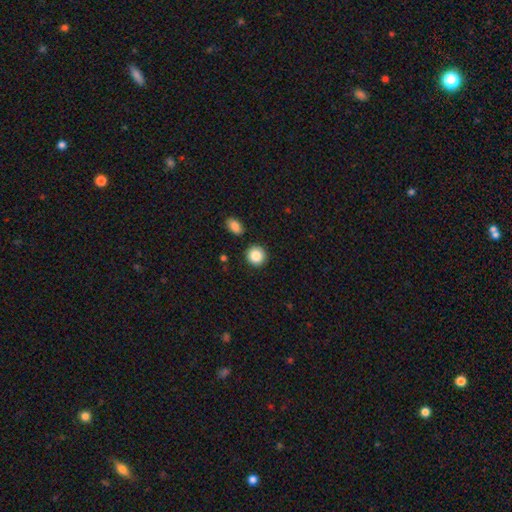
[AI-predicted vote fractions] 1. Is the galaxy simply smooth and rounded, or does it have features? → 88% smooth, 8% star or artifact, 4% featured or disk.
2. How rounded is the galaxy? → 91% round, 8% in between, 1% cigar-shaped.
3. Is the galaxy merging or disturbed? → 88% none, 6% minor disturbance, 3% merger, 2% major disturbance.